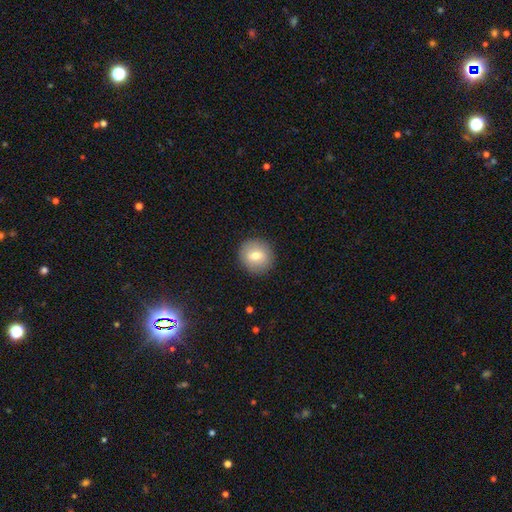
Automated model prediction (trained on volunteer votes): This is likely a smooth galaxy (74%). How rounded: clearly round (90%). Merging: clearly none (90%).